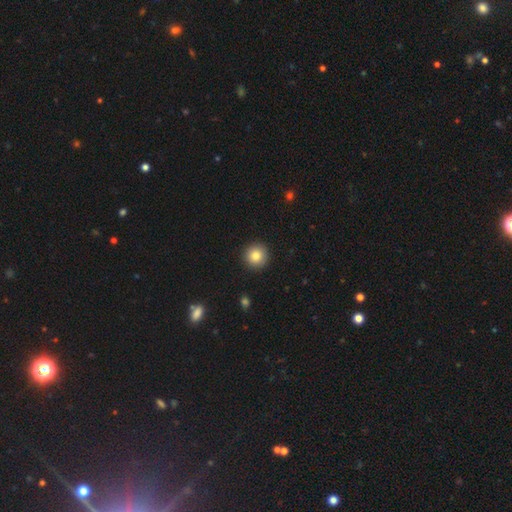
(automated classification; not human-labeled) Morphology: type=smooth (83%); roundness=round (95%); merging=none (92%).